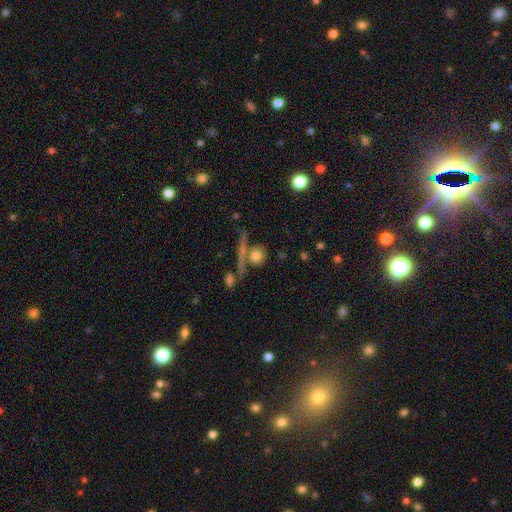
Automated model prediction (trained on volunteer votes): Smooth or featured? Predicted: smooth (p=0.71). How rounded? Predicted: round (p=0.77). Merging? Predicted: none (p=0.57).